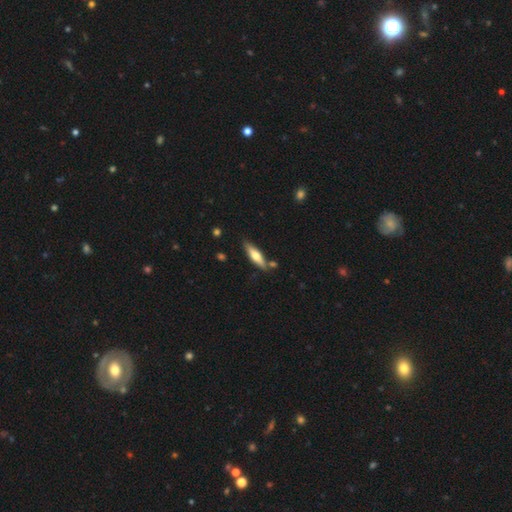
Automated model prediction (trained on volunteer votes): This appears to be a smooth galaxy with no disk features (50%) that is cigar-shaped (68%). Merging: none (80%).